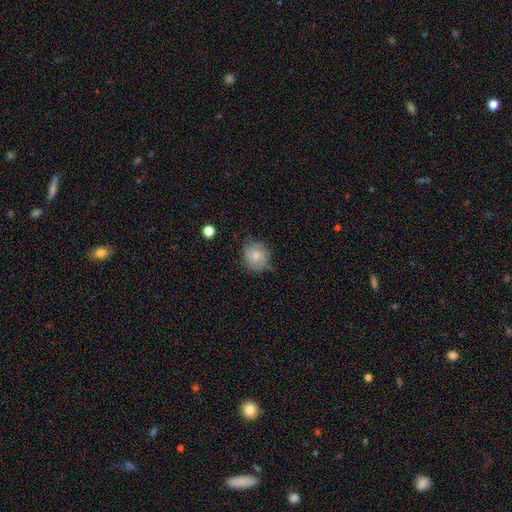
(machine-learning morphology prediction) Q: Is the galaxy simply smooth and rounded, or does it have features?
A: smooth — 67%.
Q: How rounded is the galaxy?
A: round — 85%.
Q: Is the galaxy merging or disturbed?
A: none — 73%.